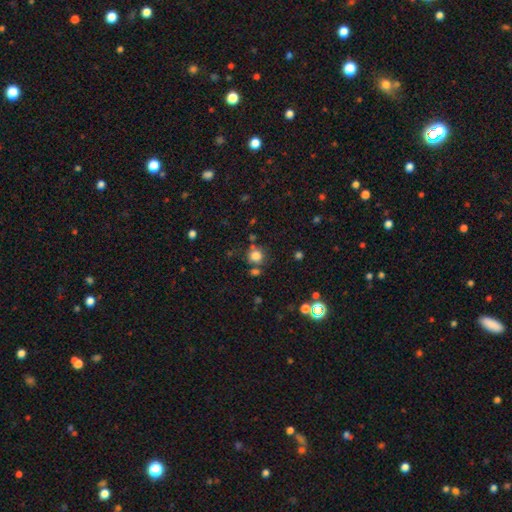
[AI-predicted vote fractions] Smooth or featured? Predicted: smooth (p=0.80). How rounded? Predicted: round (p=0.88). Merging? Predicted: none (p=0.69).